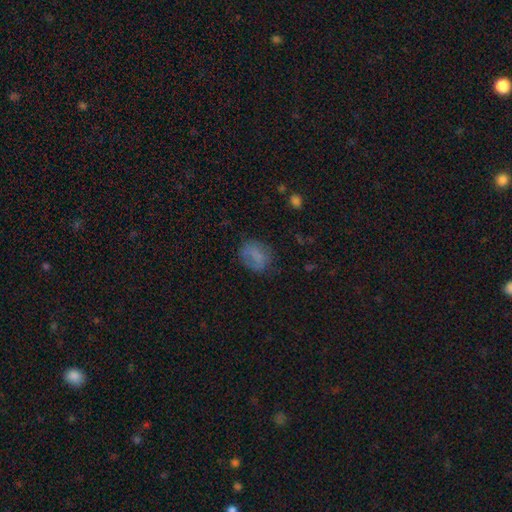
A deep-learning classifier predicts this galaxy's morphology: This appears to be a smooth galaxy with no disk features (71%) that is in between round and cigar-shaped (56%). Merging: none (65%).